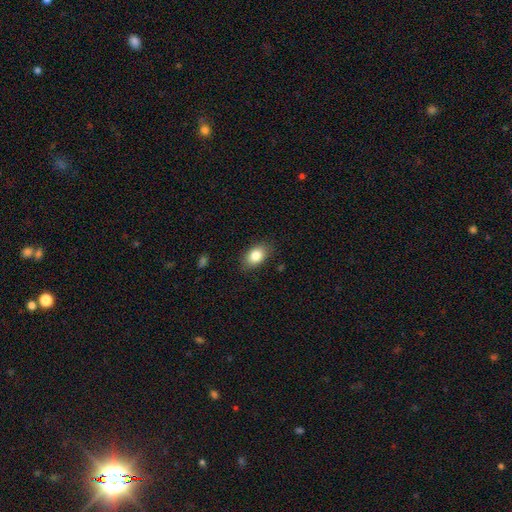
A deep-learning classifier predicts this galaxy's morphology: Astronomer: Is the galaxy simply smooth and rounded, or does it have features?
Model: smooth — 84%.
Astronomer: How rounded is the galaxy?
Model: in between — 85%.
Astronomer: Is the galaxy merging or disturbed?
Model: none — 84%.